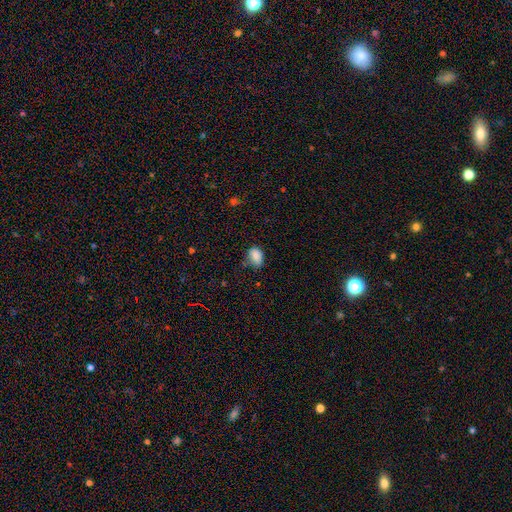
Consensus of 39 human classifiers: Q: Smooth or featured?
A: smooth (82%); runner-up: star or artifact (10%)
Q: How rounded?
A: in between (72%); runner-up: round (25%)
Q: Merging?
A: minor disturbance (49%); runner-up: none (43%)